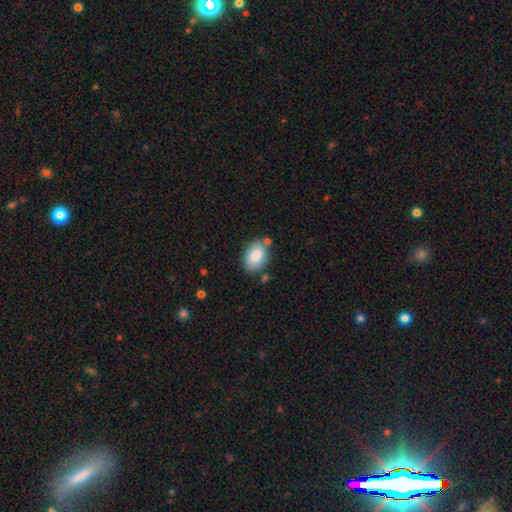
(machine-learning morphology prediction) type=smooth (87%); roundness=in between (88%); merging=none (74%).